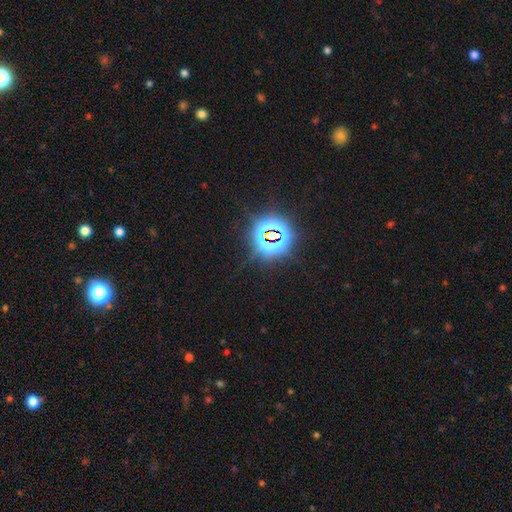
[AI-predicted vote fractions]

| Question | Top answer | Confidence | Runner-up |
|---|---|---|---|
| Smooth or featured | star or artifact | 83% | smooth (11%) |